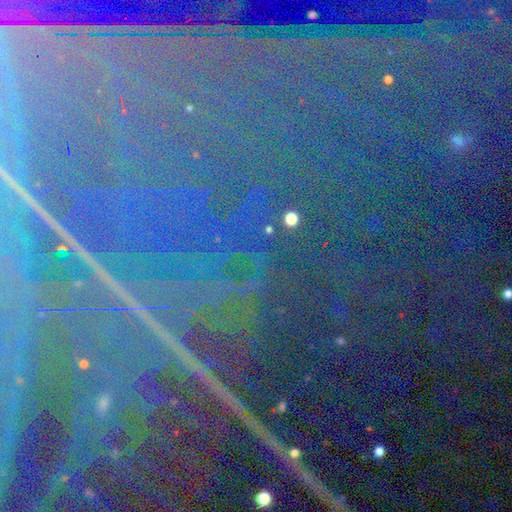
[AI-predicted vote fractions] Q: Smooth or featured?
A: star or artifact (86%); runner-up: featured or disk (7%)